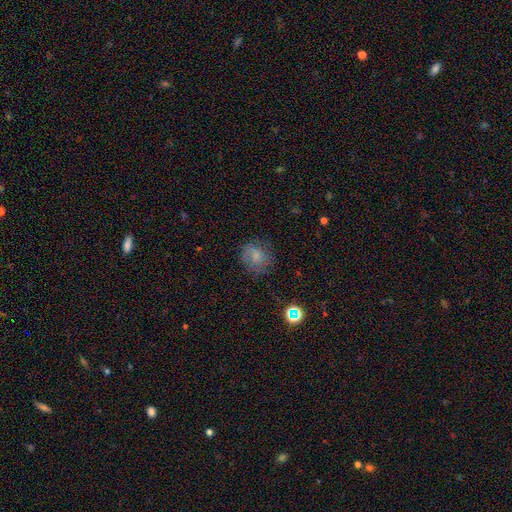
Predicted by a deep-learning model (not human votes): Smooth or featured? smooth (65%)
How rounded? round (78%)
Merging? none (71%)